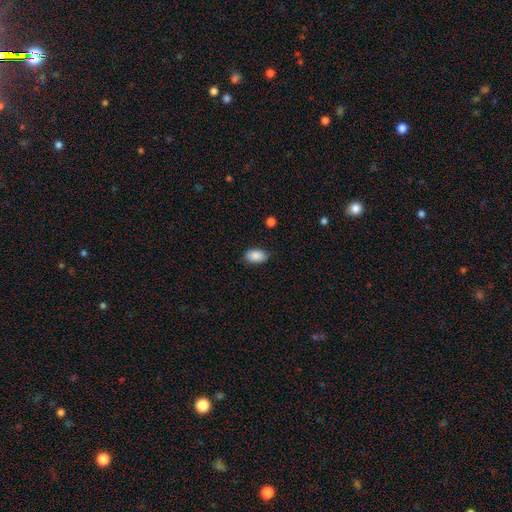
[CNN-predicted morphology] smooth-or-featured: smooth: 88% | star or artifact: 7% | featured or disk: 5%
  how-rounded: in between: 91% | round: 8% | cigar-shaped: 1%
  merging: none: 81% | minor disturbance: 15% | major disturbance: 3% | merger: 1%